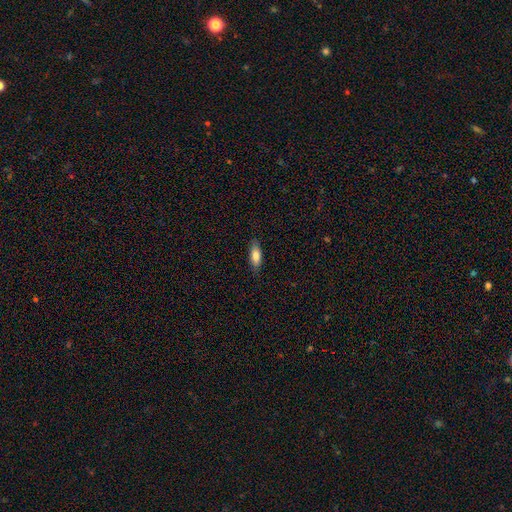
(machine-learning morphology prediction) This appears to be a smooth galaxy with no disk features (82%) that is in between round and cigar-shaped (71%). Merging: none (84%).